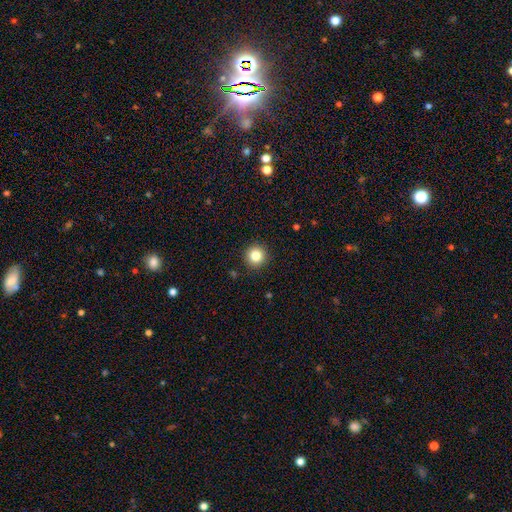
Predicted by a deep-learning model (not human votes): Smooth or featured: smooth — 83% (star or artifact — 11%)
How rounded: round — 95% (in between — 4%)
Merging: none — 92% (minor disturbance — 5%)